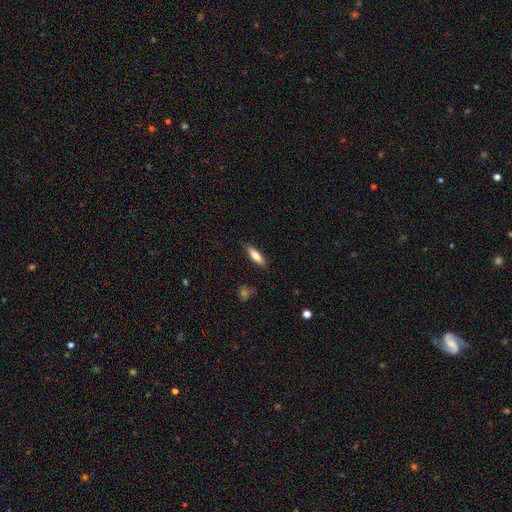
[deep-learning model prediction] A smooth galaxy with no disk features (78%) that is cigar-shaped (64%). Merging: none (85%).